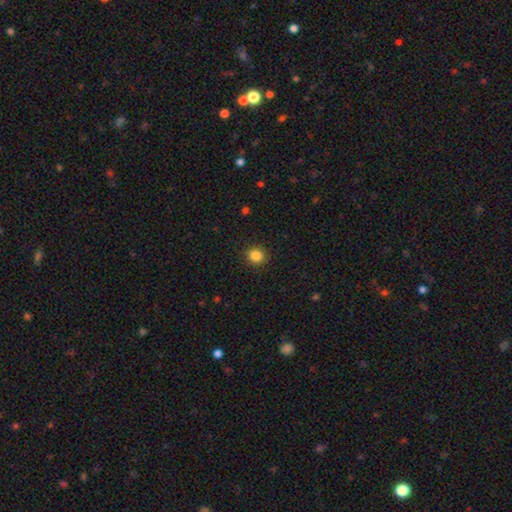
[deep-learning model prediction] smooth-or-featured: smooth: 85% | star or artifact: 11% | featured or disk: 4%
  how-rounded: round: 87% | in between: 12% | cigar-shaped: 1%
  merging: none: 91% | minor disturbance: 6% | major disturbance: 2% | merger: 1%